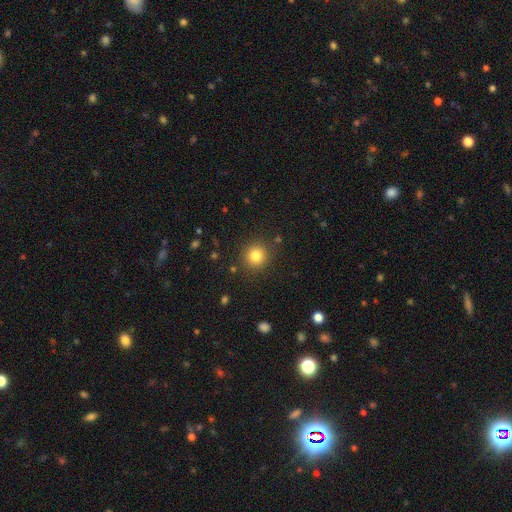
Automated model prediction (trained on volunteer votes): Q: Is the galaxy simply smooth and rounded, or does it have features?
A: smooth — 82%.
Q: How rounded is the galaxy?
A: round — 91%.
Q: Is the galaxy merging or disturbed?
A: none — 88%.